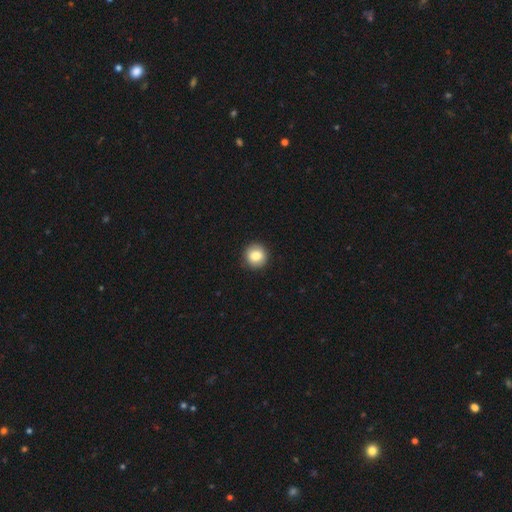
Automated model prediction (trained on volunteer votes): This appears to be a smooth galaxy with no disk features (84%) that is round (92%). Merging: none (92%).